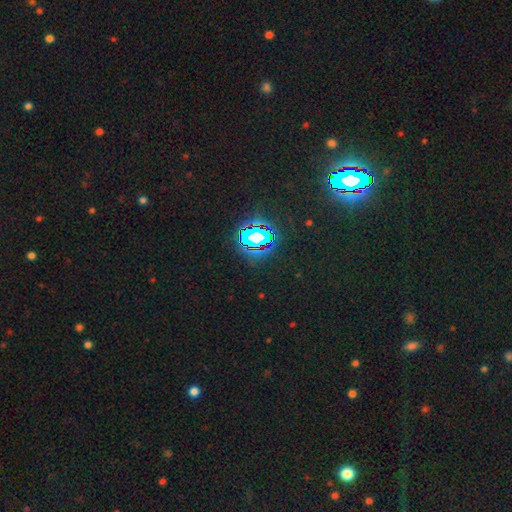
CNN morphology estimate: type=star or artifact (84%).